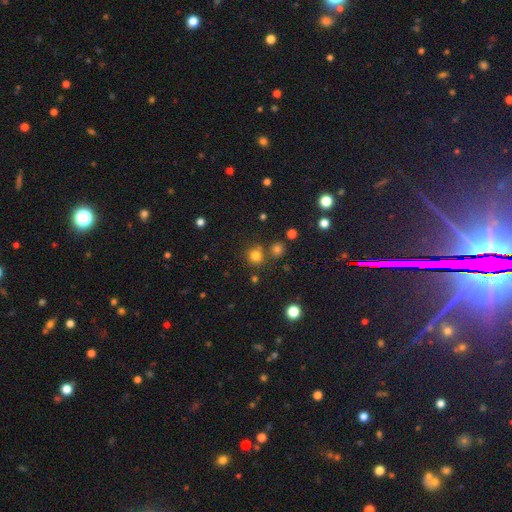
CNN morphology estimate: The model was most divided on "smooth or featured": smooth: 76%, star or artifact: 18%, featured or disk: 6%. More confident: how rounded — round (90%); merging — none (74%).